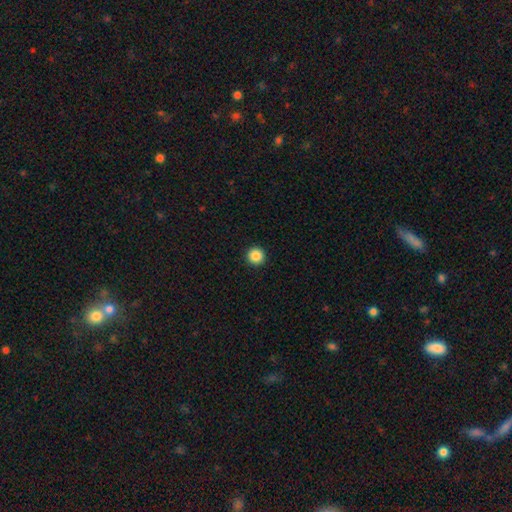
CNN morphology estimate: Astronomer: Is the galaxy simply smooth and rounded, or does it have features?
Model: smooth — 87%.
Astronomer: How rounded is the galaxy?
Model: round — 96%.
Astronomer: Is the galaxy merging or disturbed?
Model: none — 94%.